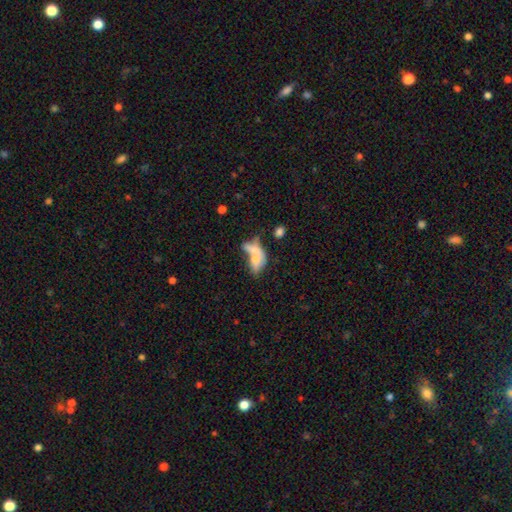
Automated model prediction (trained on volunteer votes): Morphology: type=smooth (62%); roundness=in between (78%); merging=merger (51%).